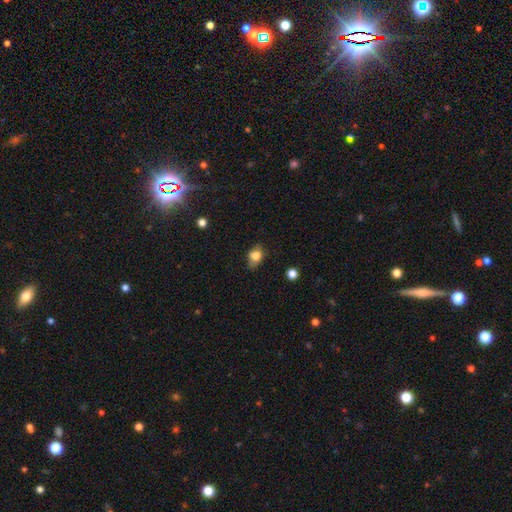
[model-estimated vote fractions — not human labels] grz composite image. It shows a smooth galaxy with no disk features (78%) that is in between round and cigar-shaped (61%). Merging: none (57%).